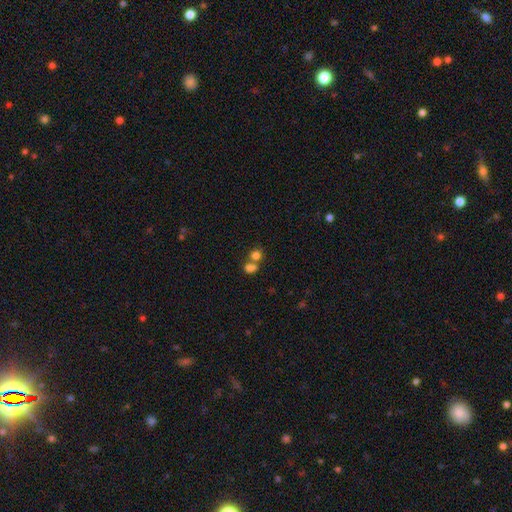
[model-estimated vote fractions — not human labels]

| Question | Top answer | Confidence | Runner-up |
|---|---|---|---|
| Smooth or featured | smooth | 76% | star or artifact (14%) |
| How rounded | round | 78% | in between (21%) |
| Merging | merger | 51% | none (40%) |